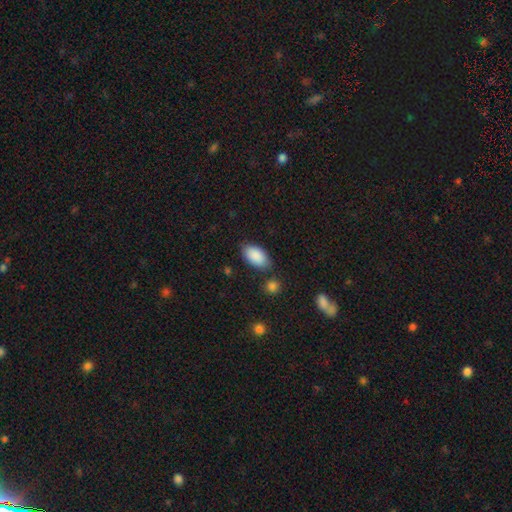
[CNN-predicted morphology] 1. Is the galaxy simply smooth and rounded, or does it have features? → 89% smooth, 6% star or artifact, 4% featured or disk.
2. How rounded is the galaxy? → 94% in between, 3% round, 2% cigar-shaped.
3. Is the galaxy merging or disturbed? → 77% none, 14% minor disturbance, 5% merger, 4% major disturbance.